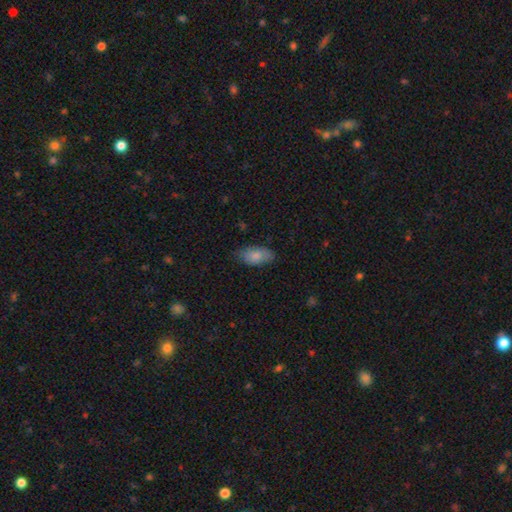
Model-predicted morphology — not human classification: Q: Smooth or featured?
A: smooth (82%); runner-up: featured or disk (11%)
Q: How rounded?
A: in between (92%); runner-up: cigar-shaped (5%)
Q: Merging?
A: none (75%); runner-up: minor disturbance (20%)